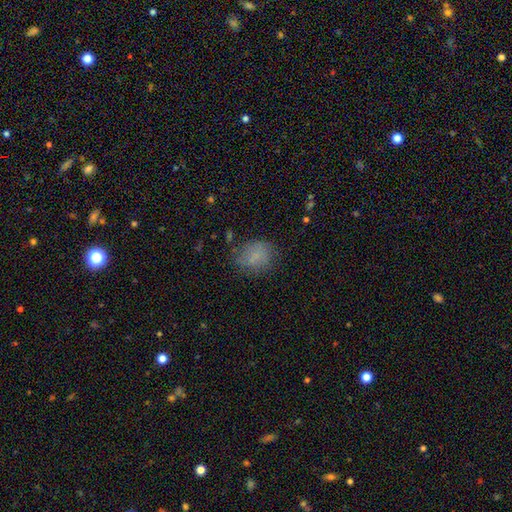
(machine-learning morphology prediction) Smooth or featured? Predicted: smooth (p=0.74). How rounded? Predicted: round (p=0.56). Merging? Predicted: none (p=0.69).